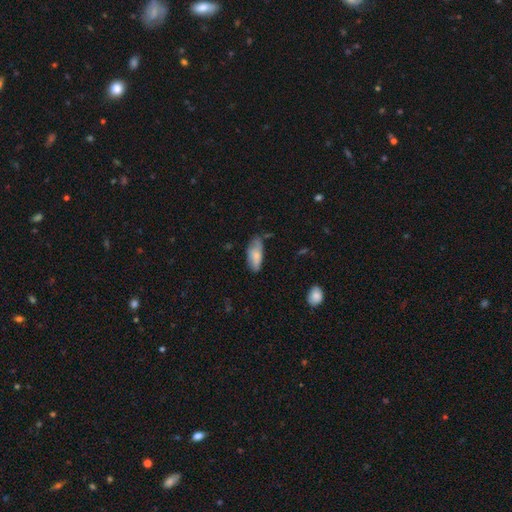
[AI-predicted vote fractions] A smooth galaxy with no disk features (75%) that is in between round and cigar-shaped (86%). Merging: none (52%).